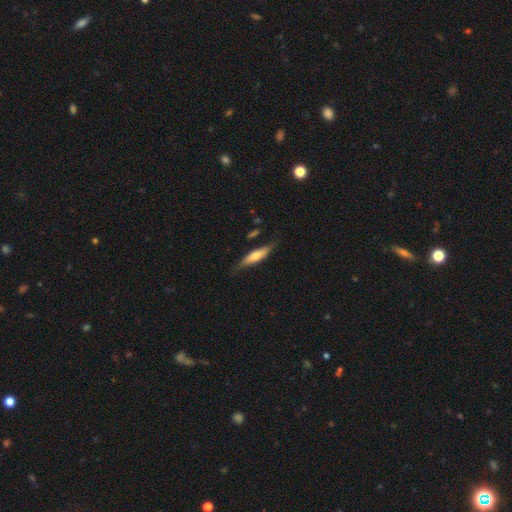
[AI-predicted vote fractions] This is possibly a smooth galaxy (48%). Merging: likely none (72%).